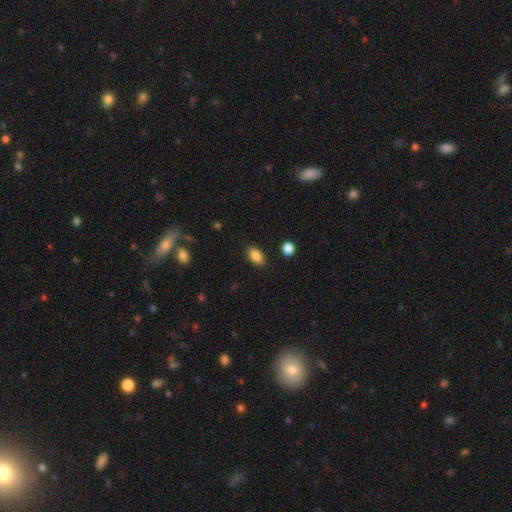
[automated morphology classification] Smooth or featured? Predicted: smooth (p=0.87). How rounded? Predicted: in between (p=0.88). Merging? Predicted: none (p=0.87).